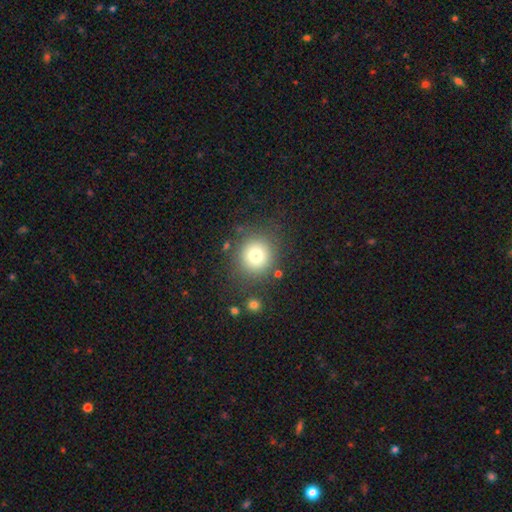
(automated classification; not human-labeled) This is likely a smooth galaxy (76%). How rounded: clearly round (91%). Merging: clearly none (83%).